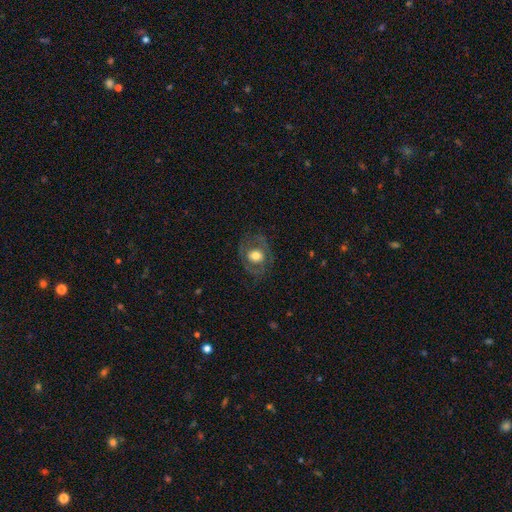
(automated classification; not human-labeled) The model was most divided on "smooth or featured": smooth: 47%, featured or disk: 45%, star or artifact: 9%. More confident: merging — none (69%).